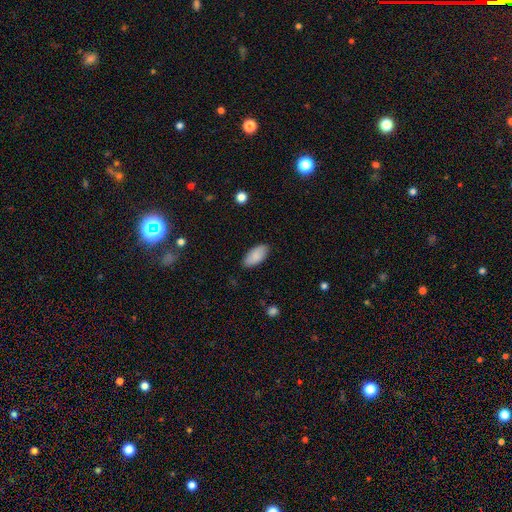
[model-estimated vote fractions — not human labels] Morphology: type=smooth (87%); roundness=in between (93%); merging=none (87%).